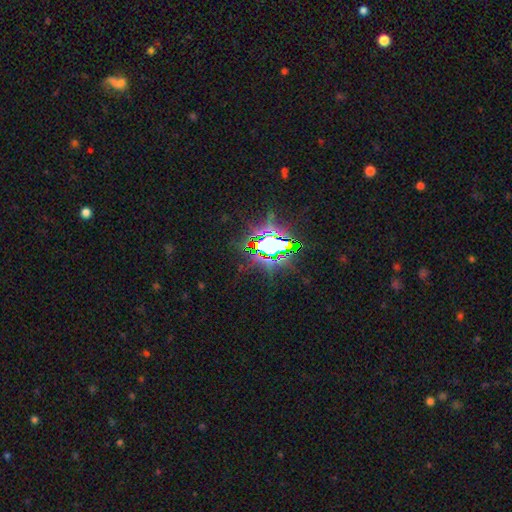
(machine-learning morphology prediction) smooth-or-featured: star or artifact: 82% | smooth: 10% | featured or disk: 8%